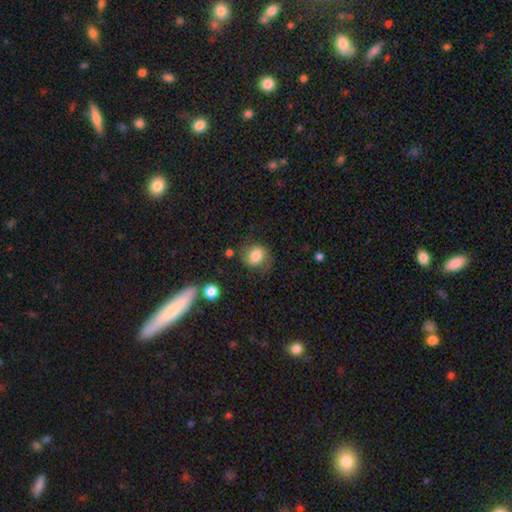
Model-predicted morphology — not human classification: A smooth galaxy with no disk features (78%) that is round (63%).

Vote fractions:
- Smooth or featured? smooth: 78% / featured or disk: 13% / star or artifact: 9%
- How rounded? round: 63% / in between: 36% / cigar-shaped: 1%
- Merging? none: 69% / minor disturbance: 19% / major disturbance: 8% / merger: 3%